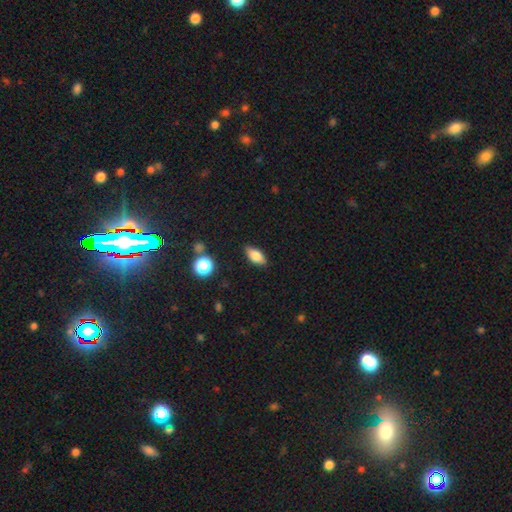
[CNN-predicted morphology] smooth 81%, featured or disk 11%, star or artifact 9%. Down the decision tree: how rounded — in between (85%); merging — none (86%).